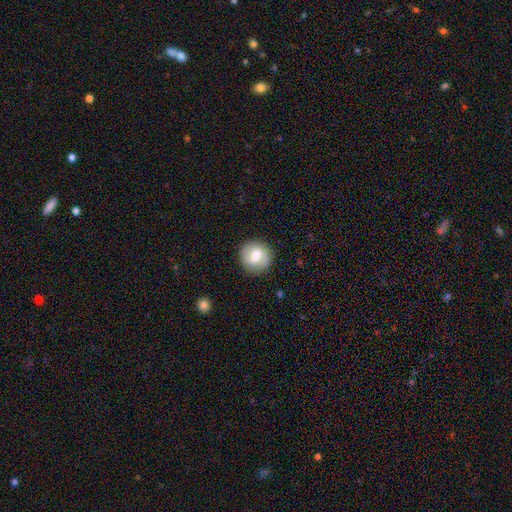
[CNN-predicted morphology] smooth 57%, featured or disk 36%, star or artifact 7%. Down the decision tree: how rounded — round (91%); merging — none (88%).